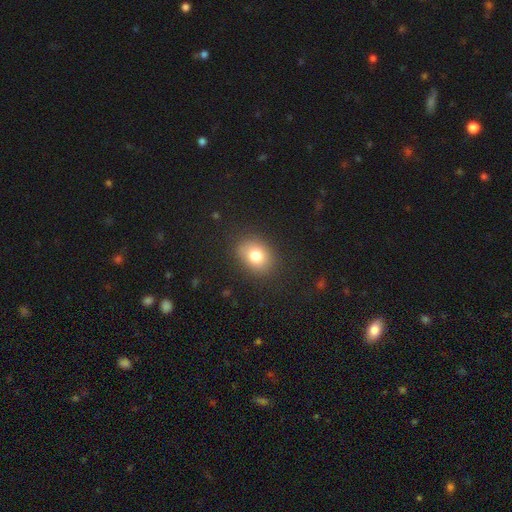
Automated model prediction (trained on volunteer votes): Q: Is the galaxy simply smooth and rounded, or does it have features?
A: smooth — 80%.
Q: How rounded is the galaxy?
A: in between — 56%.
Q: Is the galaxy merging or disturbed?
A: none — 84%.